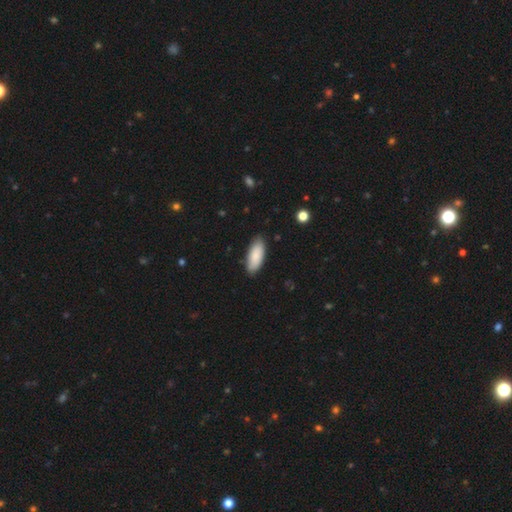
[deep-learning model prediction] smooth_or_featured: smooth (p=0.86) [alt: featured or disk p=0.08]
how_rounded: in between (p=0.82) [alt: cigar-shaped p=0.16]
merging: none (p=0.85) [alt: minor disturbance p=0.12]